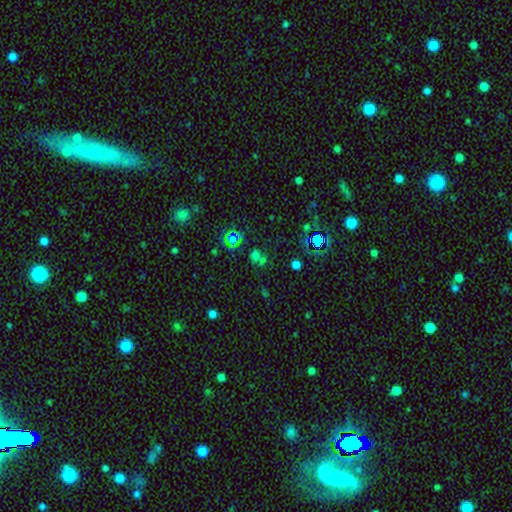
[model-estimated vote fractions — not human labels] smooth_or_featured: star or artifact (p=0.48) [alt: smooth p=0.41]